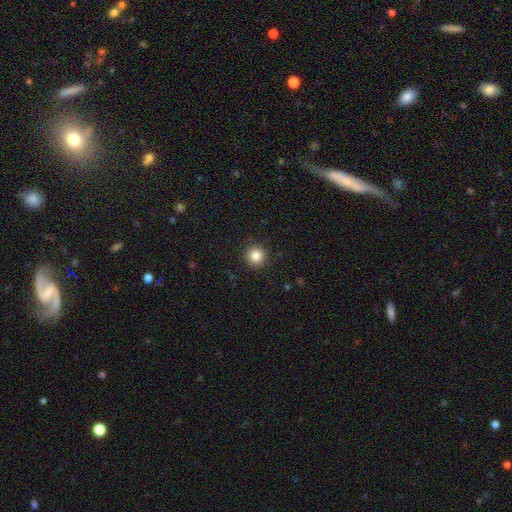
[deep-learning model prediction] Smooth or featured? Predicted: smooth (p=0.84). How rounded? Predicted: round (p=0.96). Merging? Predicted: none (p=0.93).